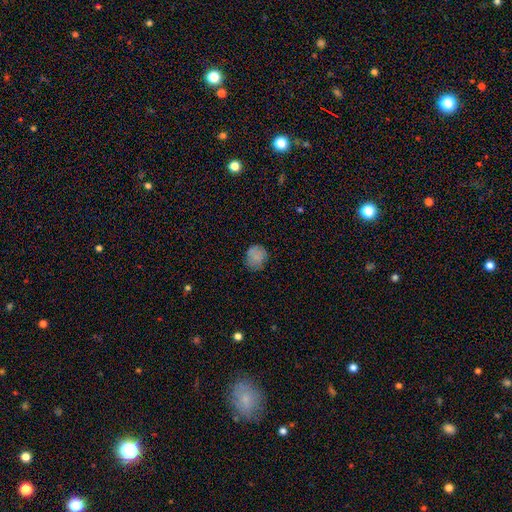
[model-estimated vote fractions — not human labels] smooth 81%, star or artifact 11%, featured or disk 8%. Down the decision tree: how rounded — round (80%); merging — none (79%).